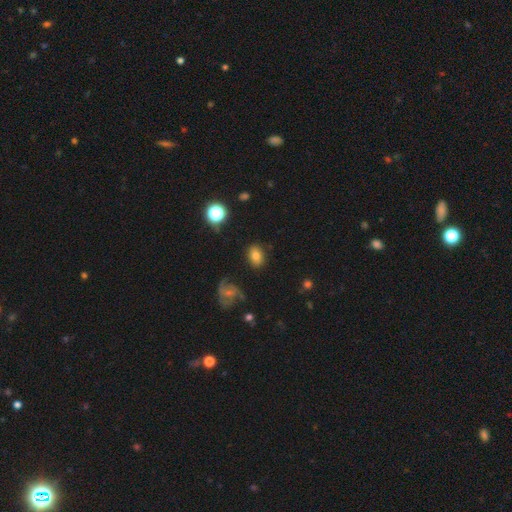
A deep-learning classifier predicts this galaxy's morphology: smooth 73%, featured or disk 14%, star or artifact 13%. Down the decision tree: how rounded — in between (71%); merging — none (83%).